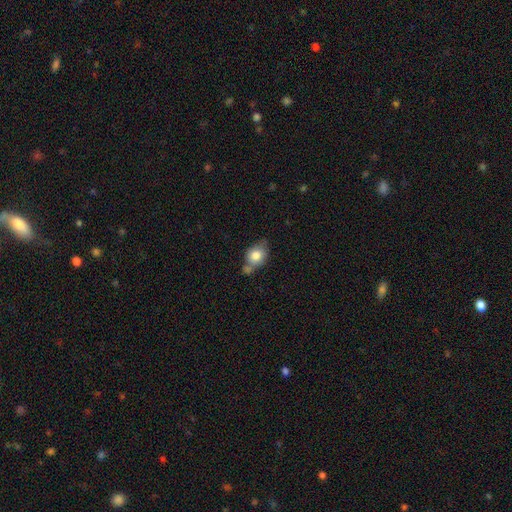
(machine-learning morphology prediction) Smooth or featured? Predicted: smooth (p=0.77). How rounded? Predicted: in between (p=0.59). Merging? Predicted: none (p=0.45).